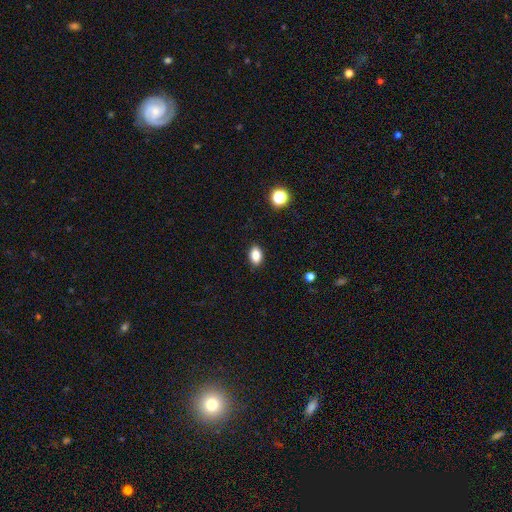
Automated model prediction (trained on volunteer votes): Smooth or featured?
  - smooth: 86% *
  - star or artifact: 9%
  - featured or disk: 5%
How rounded?
  - in between: 87% *
  - round: 11%
  - cigar-shaped: 2%
Merging?
  - none: 89% *
  - minor disturbance: 8%
  - major disturbance: 2%
  - merger: 1%